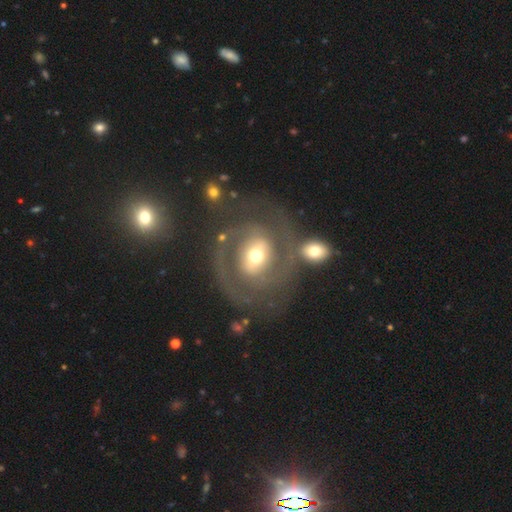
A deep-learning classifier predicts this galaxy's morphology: Smooth or featured?
  - featured or disk: 70% *
  - smooth: 23%
  - star or artifact: 7%
Edge-on disk?
  - no: 96% *
  - yes: 4%
Bar?
  - no: 37% *
  - weak: 36%
  - strong: 28%
Spiral arms?
  - yes: 67% *
  - no: 33%
Bulge size?
  - moderate: 65% *
  - small: 19%
  - large: 13%
  - dominant: 2%
  - none: 1%
Merging?
  - none: 57% *
  - merger: 16%
  - major disturbance: 14%
  - minor disturbance: 13%